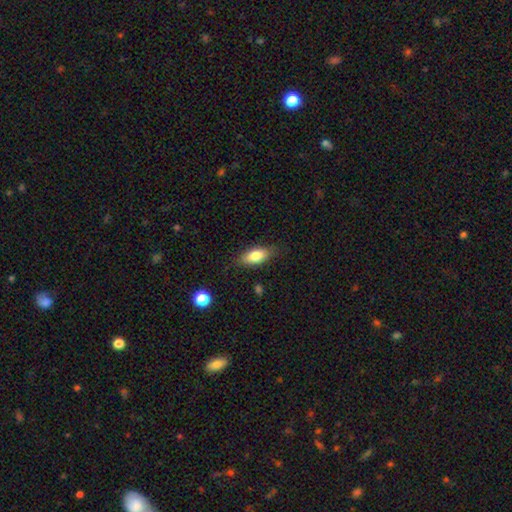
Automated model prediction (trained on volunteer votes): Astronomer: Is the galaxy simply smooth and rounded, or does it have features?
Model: smooth — 79%.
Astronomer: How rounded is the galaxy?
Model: in between — 83%.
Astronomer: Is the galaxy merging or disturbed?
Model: none — 79%.